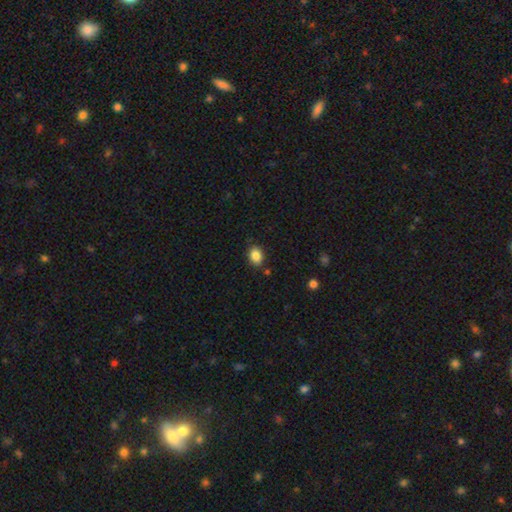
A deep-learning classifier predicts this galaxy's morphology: smooth_or_featured: smooth (p=0.87) [alt: star or artifact p=0.09]
how_rounded: in between (p=0.72) [alt: round p=0.27]
merging: none (p=0.85) [alt: minor disturbance p=0.10]